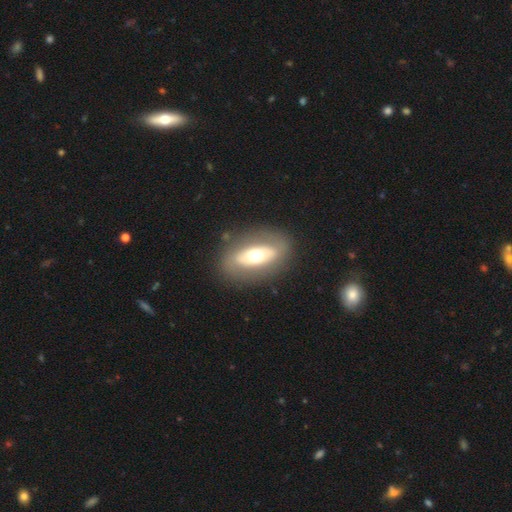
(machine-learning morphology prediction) Smooth or featured? featured or disk (51%)
Edge-on disk? no (82%)
Merging? none (83%)